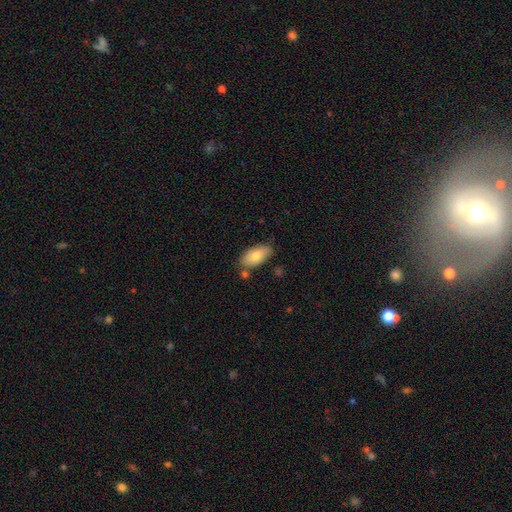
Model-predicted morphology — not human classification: Smooth or featured? Predicted: smooth (p=0.78). How rounded? Predicted: in between (p=0.93). Merging? Predicted: none (p=0.74).